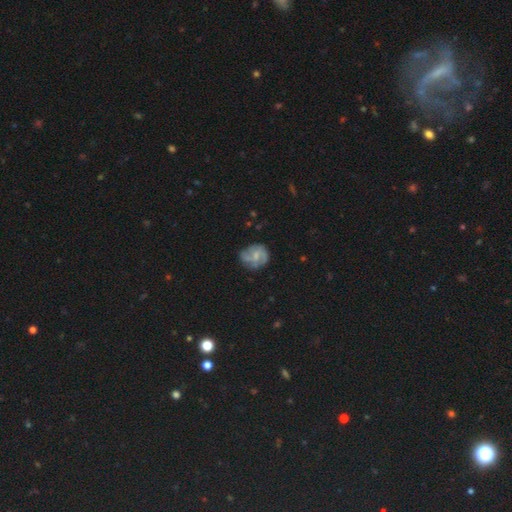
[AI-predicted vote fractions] The model was most divided on "spiral arm count": 3: 32%, 2: 27%, can't tell: 25%, 4: 7%, 1: 5%, more than 4: 4%. Remaining: edge-on disk — no (98%); spiral arms — yes (84%); merging — none (67%); smooth or featured — featured or disk (62%); bar — no (56%); bulge size — small (46%); spiral winding — medium (45%).